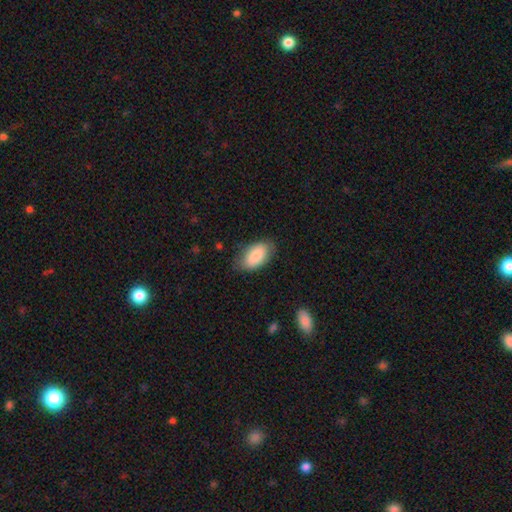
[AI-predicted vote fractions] A smooth galaxy with no disk features (82%) that is in between round and cigar-shaped (94%). Merging: none (77%).